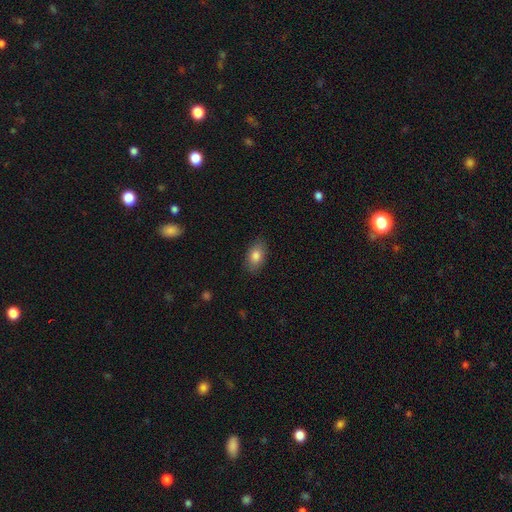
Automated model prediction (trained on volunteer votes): The model was most divided on "smooth or featured": smooth: 83%, featured or disk: 10%, star or artifact: 7%. More confident: how rounded — in between (90%); merging — none (86%).